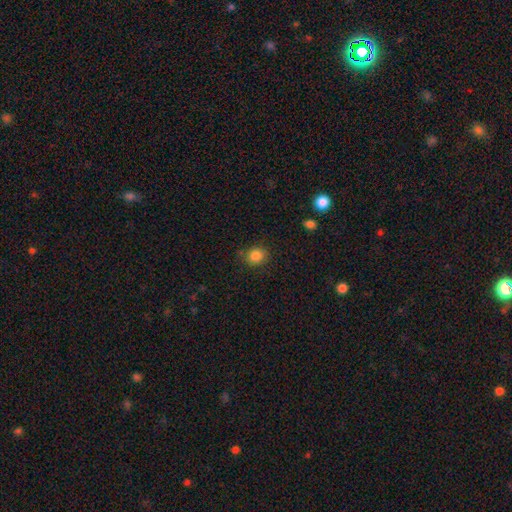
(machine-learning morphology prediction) The model was most divided on "how rounded": round: 74%, in between: 25%, cigar-shaped: 1%. More confident: smooth or featured — smooth (85%); merging — none (83%).